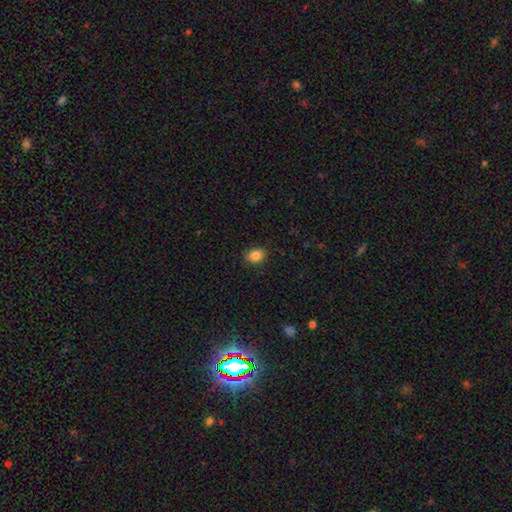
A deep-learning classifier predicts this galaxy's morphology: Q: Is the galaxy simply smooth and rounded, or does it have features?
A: smooth — 87%.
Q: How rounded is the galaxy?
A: in between — 60%.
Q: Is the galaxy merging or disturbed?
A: none — 89%.